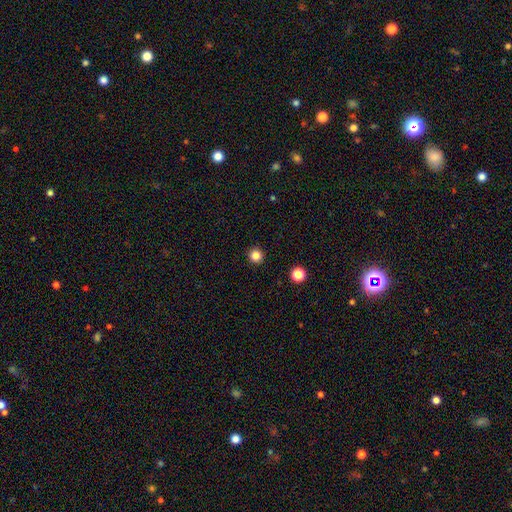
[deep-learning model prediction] Smooth or featured? Predicted: smooth (p=0.84). How rounded? Predicted: round (p=0.96). Merging? Predicted: none (p=0.93).